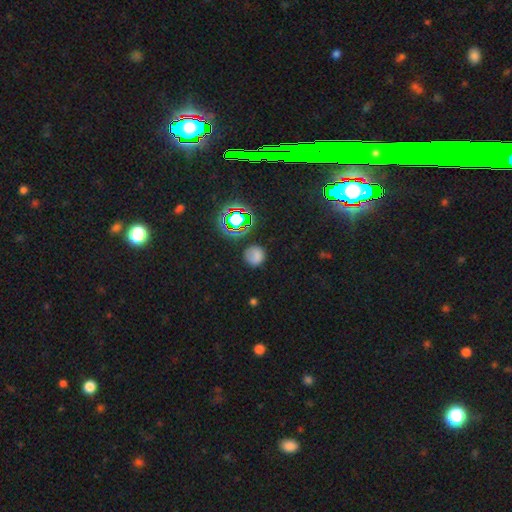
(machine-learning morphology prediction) This is likely a smooth galaxy (68%). How rounded: clearly round (89%). Merging: likely none (75%).